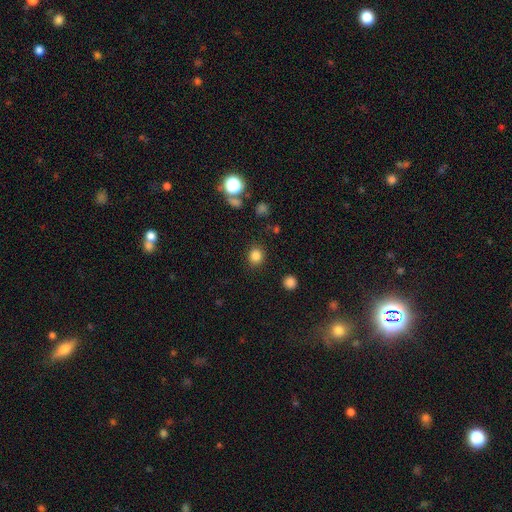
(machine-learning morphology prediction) Smooth or featured? Predicted: smooth (p=0.83). How rounded? Predicted: round (p=0.82). Merging? Predicted: none (p=0.88).